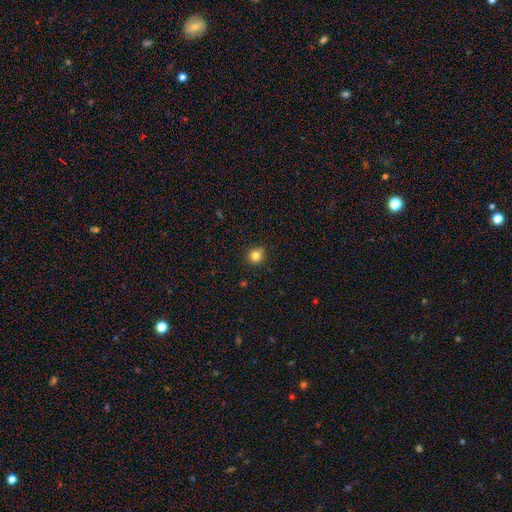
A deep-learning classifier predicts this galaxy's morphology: smooth-or-featured: smooth: 82% | star or artifact: 13% | featured or disk: 5%
  how-rounded: round: 92% | in between: 7% | cigar-shaped: 1%
  merging: none: 86% | minor disturbance: 10% | major disturbance: 2% | merger: 2%